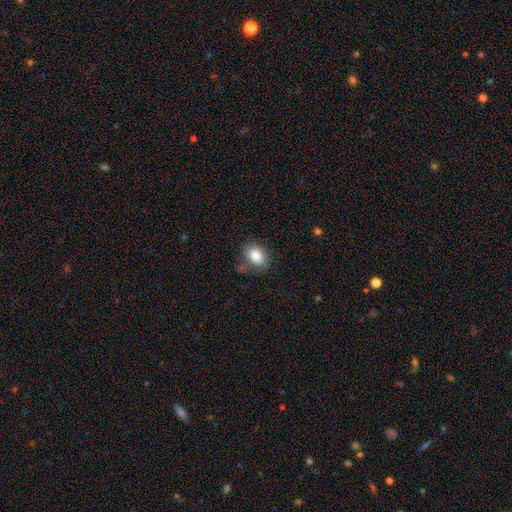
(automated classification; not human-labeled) Smooth or featured? Predicted: smooth (p=0.82). How rounded? Predicted: in between (p=0.73). Merging? Predicted: none (p=0.65).